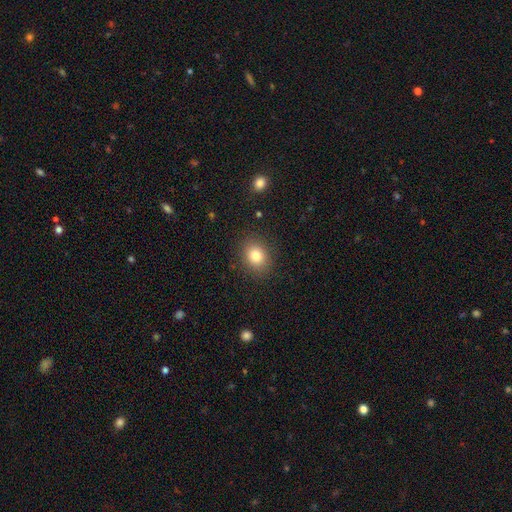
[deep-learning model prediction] This appears to be a smooth galaxy with no disk features (82%) that is round (58%). Merging: none (88%).